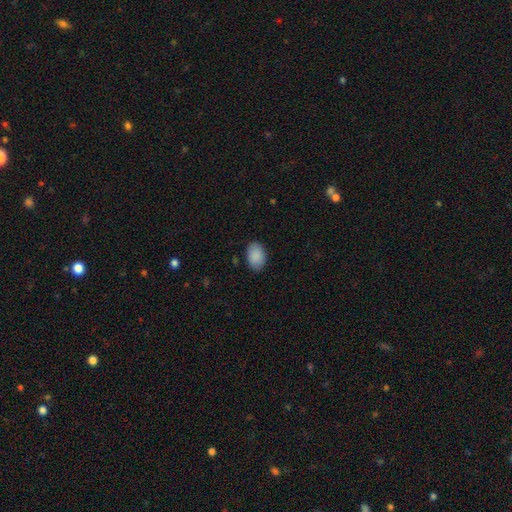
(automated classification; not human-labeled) The model was most divided on "merging": none: 85%, minor disturbance: 11%, major disturbance: 2%, merger: 1%. More confident: smooth or featured — smooth (90%); how rounded — in between (87%).